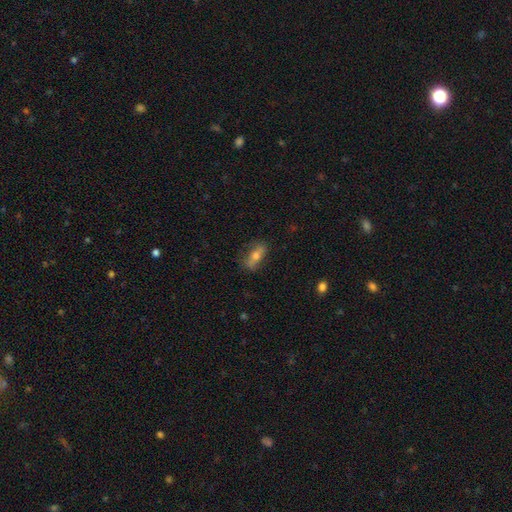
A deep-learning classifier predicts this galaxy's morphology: smooth_or_featured: smooth (p=0.58) [alt: featured or disk p=0.33]
how_rounded: in between (p=0.67) [alt: cigar-shaped p=0.28]
merging: none (p=0.76) [alt: minor disturbance p=0.18]